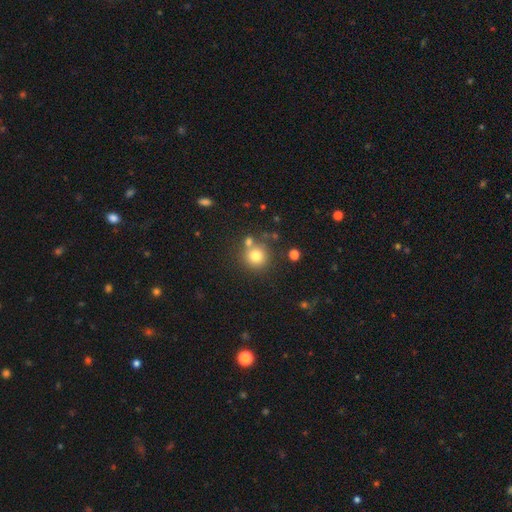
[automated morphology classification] Smooth or featured?
  - smooth: 77% *
  - star or artifact: 13%
  - featured or disk: 9%
How rounded?
  - round: 92% *
  - in between: 7%
  - cigar-shaped: 1%
Merging?
  - none: 71% *
  - merger: 16%
  - minor disturbance: 9%
  - major disturbance: 4%